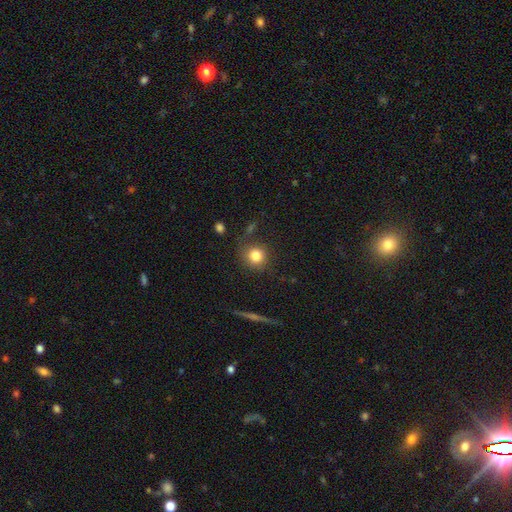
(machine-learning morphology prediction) Smooth or featured?
  - smooth: 80% *
  - star or artifact: 11%
  - featured or disk: 9%
How rounded?
  - round: 87% *
  - in between: 11%
  - cigar-shaped: 1%
Merging?
  - none: 79% *
  - minor disturbance: 13%
  - major disturbance: 5%
  - merger: 4%